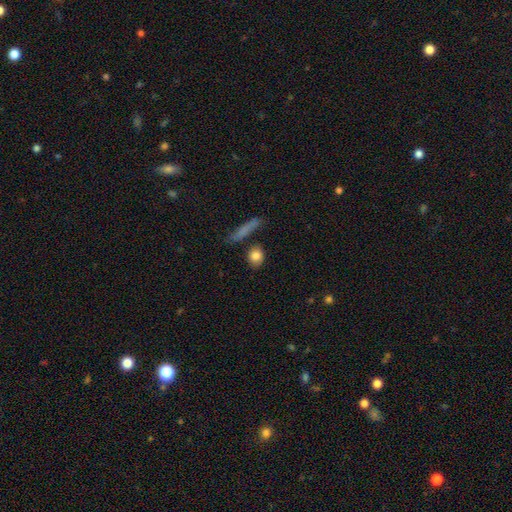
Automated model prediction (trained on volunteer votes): Smooth or featured? smooth (82%)
How rounded? round (60%)
Merging? none (75%)